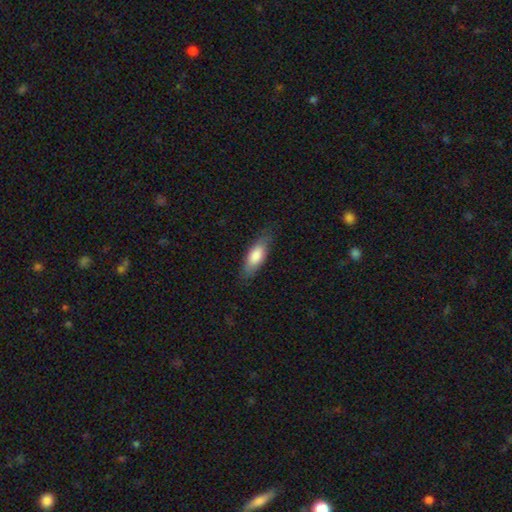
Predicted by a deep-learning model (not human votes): smooth 79%, featured or disk 16%, star or artifact 6%. Down the decision tree: how rounded — in between (68%); merging — none (78%).